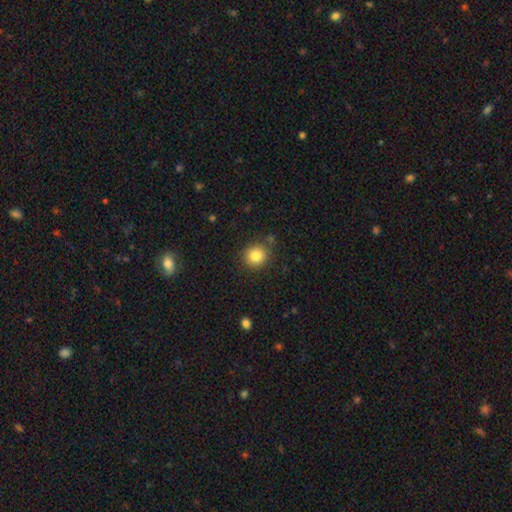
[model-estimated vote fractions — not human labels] Morphology: type=smooth (83%); roundness=round (86%); merging=none (85%).